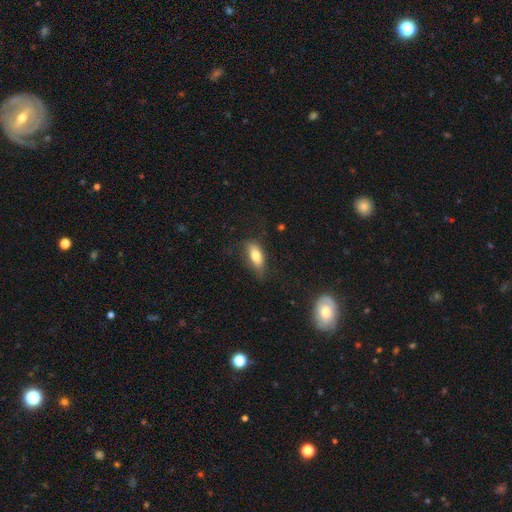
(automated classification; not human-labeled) Q: Smooth or featured?
A: smooth (73%); runner-up: featured or disk (19%)
Q: How rounded?
A: in between (77%); runner-up: cigar-shaped (19%)
Q: Merging?
A: none (63%); runner-up: minor disturbance (26%)